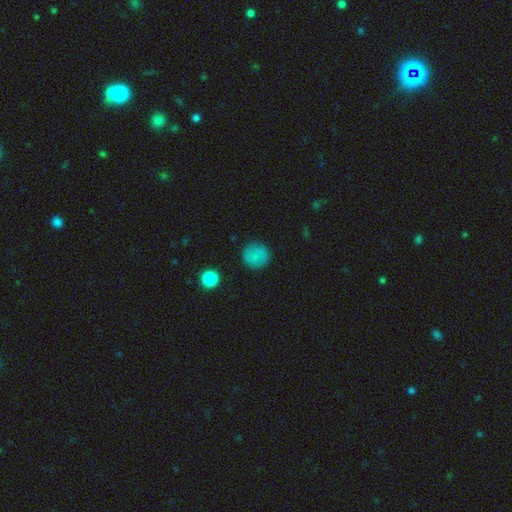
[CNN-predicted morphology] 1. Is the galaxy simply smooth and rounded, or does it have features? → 81% smooth, 10% star or artifact, 9% featured or disk.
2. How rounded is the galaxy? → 94% round, 5% in between, 1% cigar-shaped.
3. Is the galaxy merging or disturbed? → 88% none, 8% minor disturbance, 3% major disturbance, 1% merger.